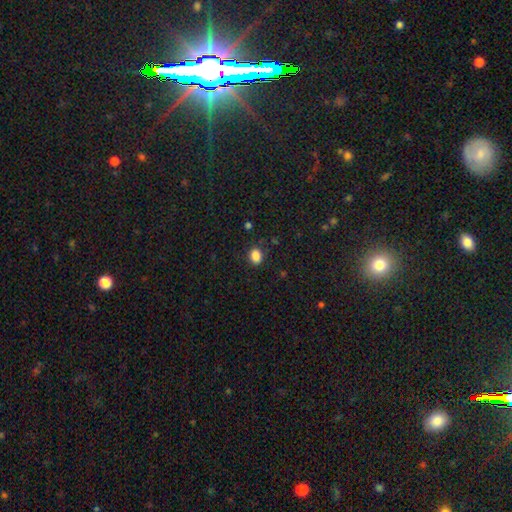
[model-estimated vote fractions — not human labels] Q: Smooth or featured?
A: smooth (86%); runner-up: star or artifact (10%)
Q: How rounded?
A: in between (60%); runner-up: round (39%)
Q: Merging?
A: none (85%); runner-up: minor disturbance (10%)